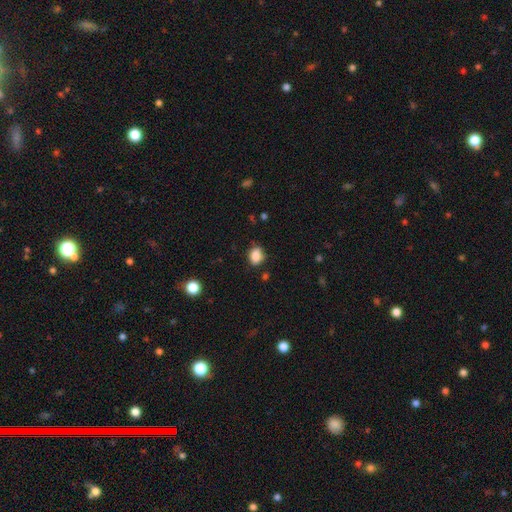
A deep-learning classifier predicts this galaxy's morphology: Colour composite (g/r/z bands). It shows a smooth galaxy with no disk features (85%) that is in between round and cigar-shaped (62%). Merging: none (75%).